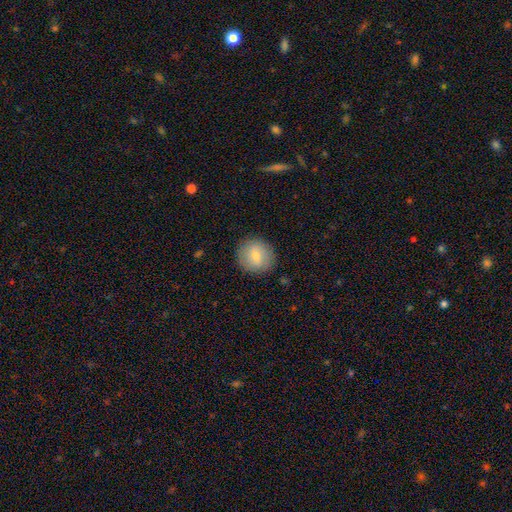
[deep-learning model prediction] Smooth or featured: smooth — 76% (featured or disk — 17%)
How rounded: round — 88% (in between — 11%)
Merging: none — 88% (minor disturbance — 9%)